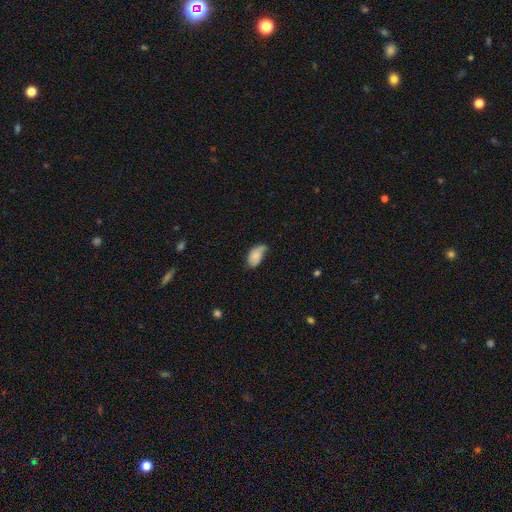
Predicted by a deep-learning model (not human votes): smooth_or_featured: smooth (p=0.81) [alt: featured or disk p=0.12]
how_rounded: in between (p=0.94) [alt: round p=0.04]
merging: none (p=0.43) [alt: minor disturbance p=0.41]